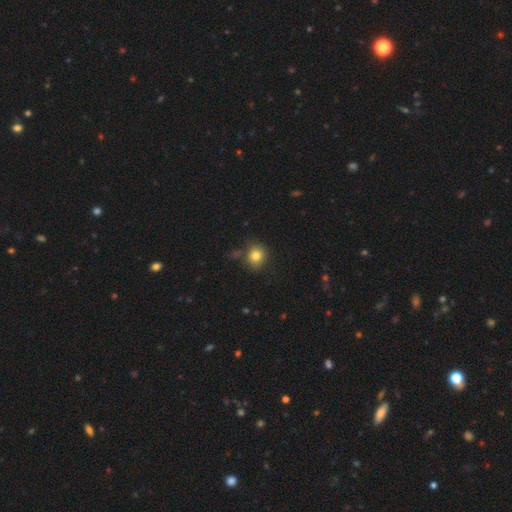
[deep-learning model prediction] smooth 80%, star or artifact 12%, featured or disk 8%. Down the decision tree: how rounded — round (83%); merging — none (76%).